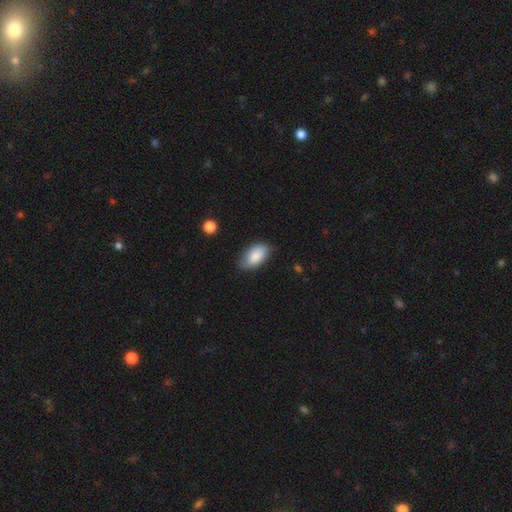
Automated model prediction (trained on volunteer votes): Morphology: type=smooth (85%); roundness=in between (94%); merging=none (72%).